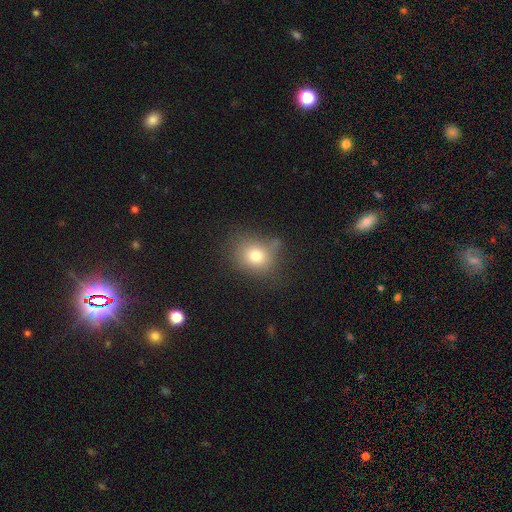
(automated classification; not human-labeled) Smooth or featured: smooth — 77% (star or artifact — 12%)
How rounded: round — 59% (in between — 40%)
Merging: none — 60% (minor disturbance — 24%)